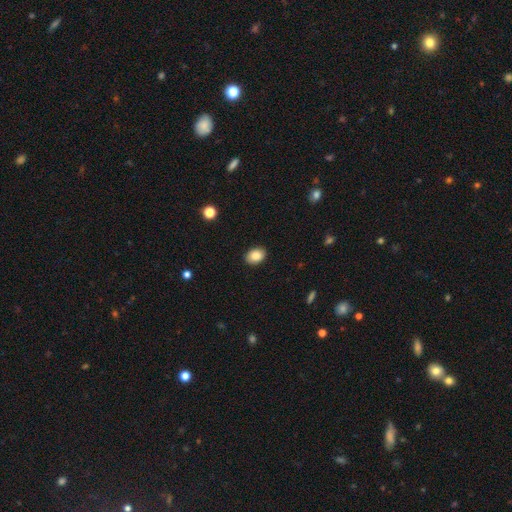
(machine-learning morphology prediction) A smooth galaxy with no disk features (88%) that is in between round and cigar-shaped (70%).

Vote fractions:
- Smooth or featured? smooth: 88% / star or artifact: 8% / featured or disk: 4%
- How rounded? in between: 70% / round: 29% / cigar-shaped: 1%
- Merging? none: 90% / minor disturbance: 7% / major disturbance: 2% / merger: 1%